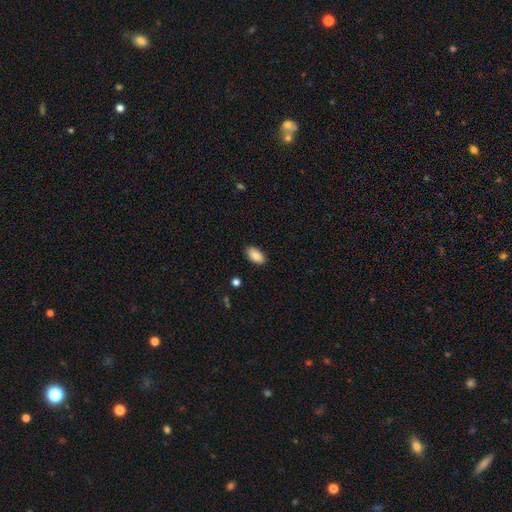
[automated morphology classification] Smooth or featured?
  - smooth: 89% *
  - star or artifact: 7%
  - featured or disk: 4%
How rounded?
  - in between: 94% *
  - cigar-shaped: 3%
  - round: 3%
Merging?
  - none: 88% *
  - minor disturbance: 9%
  - major disturbance: 2%
  - merger: 1%